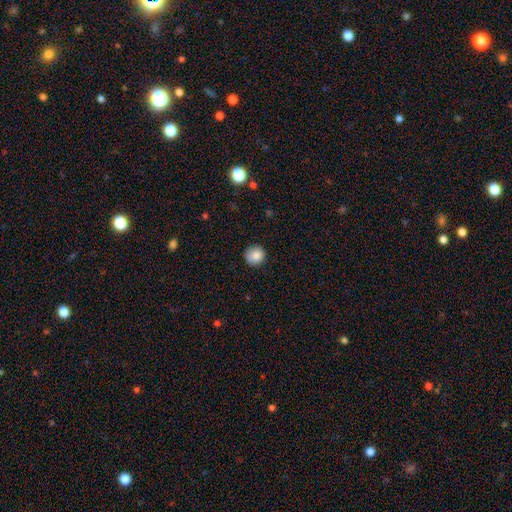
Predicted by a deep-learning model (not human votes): A smooth galaxy with no disk features (86%) that is round (92%). Merging: none (86%).